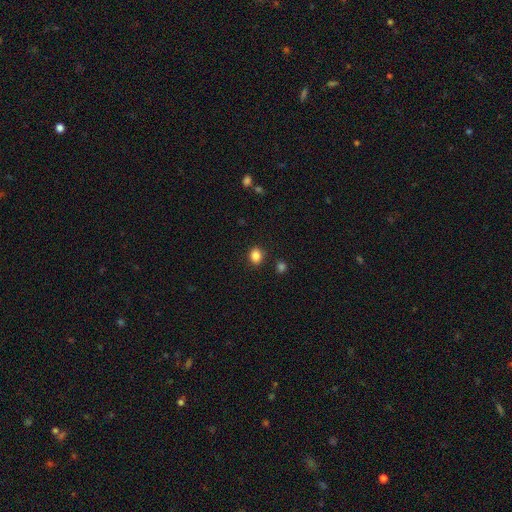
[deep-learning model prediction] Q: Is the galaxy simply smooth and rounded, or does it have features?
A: smooth — 86%.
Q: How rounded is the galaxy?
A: round — 57%.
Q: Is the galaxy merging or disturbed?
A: none — 87%.